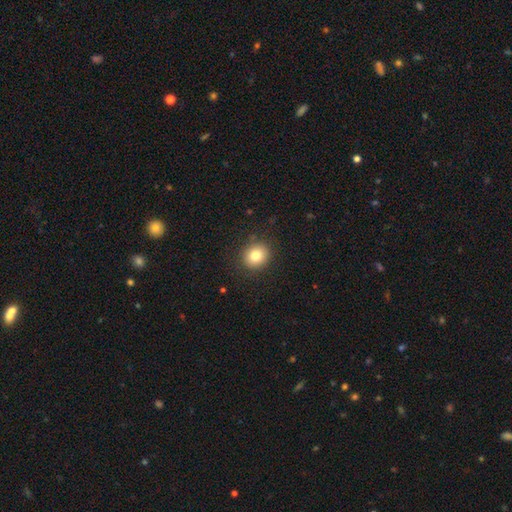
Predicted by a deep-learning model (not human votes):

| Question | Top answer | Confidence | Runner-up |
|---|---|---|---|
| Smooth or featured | smooth | 81% | star or artifact (10%) |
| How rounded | round | 80% | in between (20%) |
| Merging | none | 89% | minor disturbance (8%) |